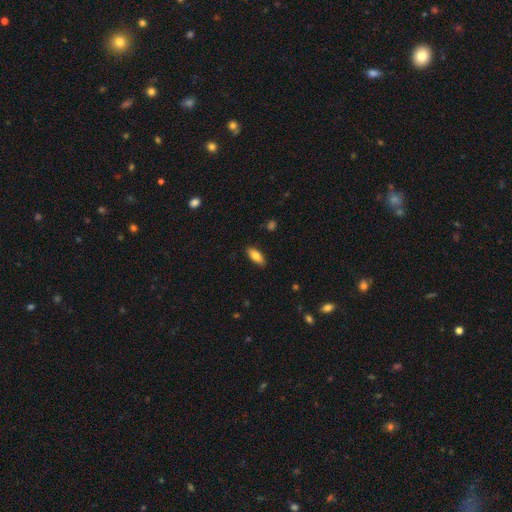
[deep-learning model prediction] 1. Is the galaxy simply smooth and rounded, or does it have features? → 80% smooth, 13% featured or disk, 7% star or artifact.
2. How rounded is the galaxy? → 82% in between, 15% cigar-shaped, 2% round.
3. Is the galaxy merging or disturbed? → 87% none, 10% minor disturbance, 2% major disturbance, 1% merger.